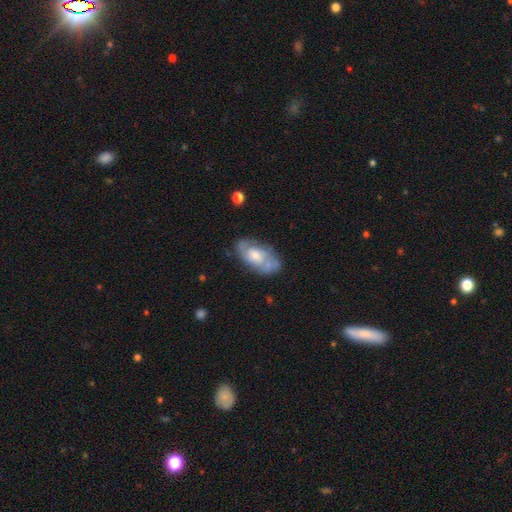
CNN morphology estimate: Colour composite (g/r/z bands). It shows a featured or disk galaxy (53%). Merging: none (55%).